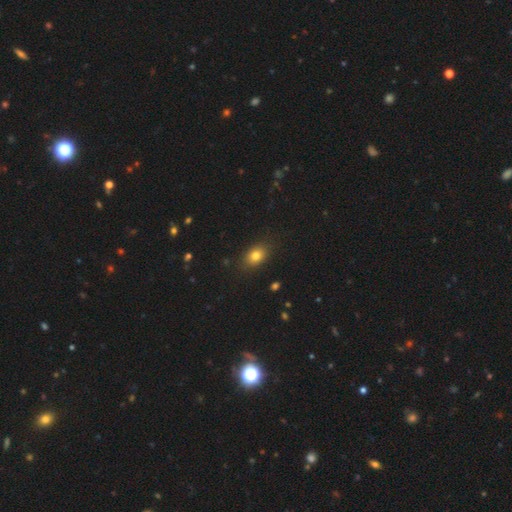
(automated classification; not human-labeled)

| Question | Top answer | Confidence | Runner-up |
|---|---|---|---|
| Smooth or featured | smooth | 79% | star or artifact (12%) |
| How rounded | in between | 70% | round (28%) |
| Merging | none | 85% | minor disturbance (11%) |